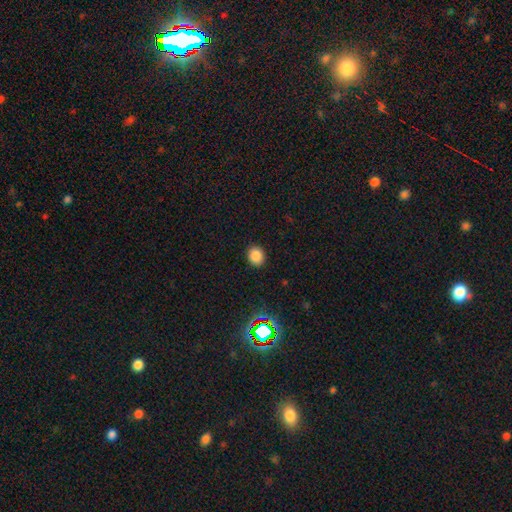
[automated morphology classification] smooth 83%, star or artifact 13%, featured or disk 4%. Down the decision tree: how rounded — round (71%); merging — none (91%).